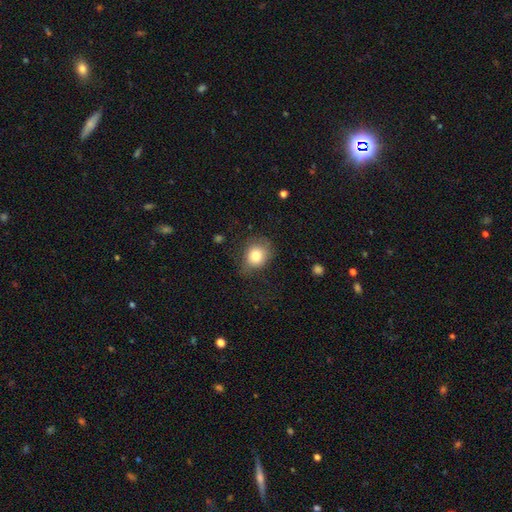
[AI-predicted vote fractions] A smooth galaxy with no disk features (79%) that is round (71%). Merging: none (66%).